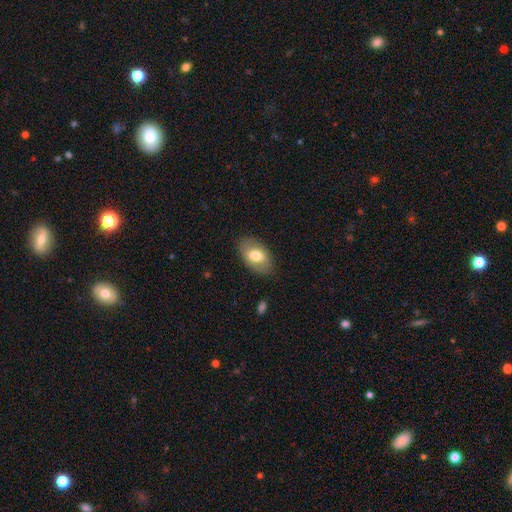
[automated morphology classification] This appears to be a smooth galaxy with no disk features (70%) that is in between round and cigar-shaped (91%). Merging: none (82%).